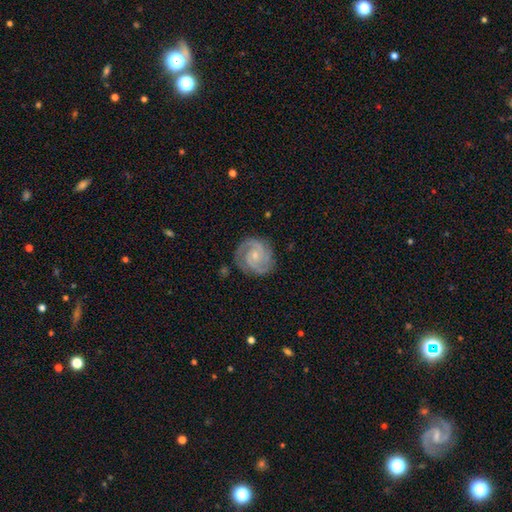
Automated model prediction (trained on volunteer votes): A featured or disk galaxy (89%) with no bar (65%), 2 (67%) tight (62%) spiral arms (98%) and a small central bulge (69%).

Vote fractions:
- Smooth or featured? featured or disk: 89% / smooth: 6% / star or artifact: 5%
- Edge-on disk? no: 98% / yes: 2%
- Bar? no: 65% / weak: 29% / strong: 6%
- Spiral arms? yes: 98% / no: 2%
- Spiral winding? tight: 62% / medium: 34% / loose: 4%
- Spiral arm count? 2: 67% / 3: 20% / can't tell: 5% / 4: 3% / 1: 2% / more than 4: 2%
- Bulge size? small: 69% / moderate: 25% / none: 3% / large: 1% / dominant: 1%
- Merging? none: 81% / minor disturbance: 14% / major disturbance: 4% / merger: 1%